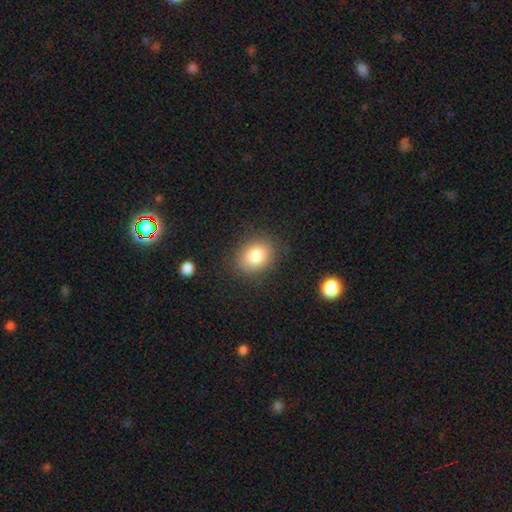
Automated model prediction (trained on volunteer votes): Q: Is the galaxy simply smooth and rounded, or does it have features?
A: smooth — 83%.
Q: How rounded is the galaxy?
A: in between — 57%.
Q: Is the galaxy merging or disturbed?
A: none — 85%.